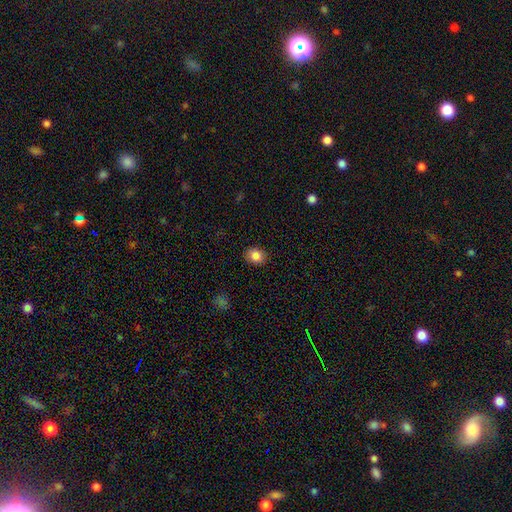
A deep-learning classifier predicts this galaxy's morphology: Smooth or featured?
  - smooth: 86% *
  - star or artifact: 9%
  - featured or disk: 5%
How rounded?
  - round: 57% *
  - in between: 42%
  - cigar-shaped: 1%
Merging?
  - none: 89% *
  - minor disturbance: 8%
  - major disturbance: 2%
  - merger: 1%